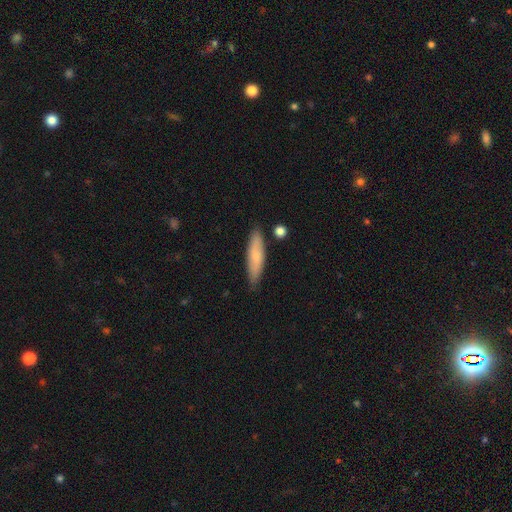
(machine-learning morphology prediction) Q: Smooth or featured?
A: smooth (72%); runner-up: featured or disk (22%)
Q: How rounded?
A: cigar-shaped (75%); runner-up: in between (23%)
Q: Merging?
A: none (83%); runner-up: minor disturbance (12%)